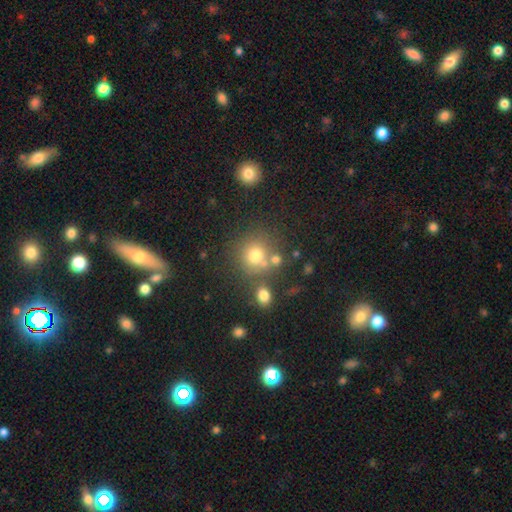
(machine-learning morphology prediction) Smooth or featured?
  - smooth: 72% *
  - star or artifact: 17%
  - featured or disk: 12%
How rounded?
  - round: 87% *
  - in between: 12%
  - cigar-shaped: 1%
Merging?
  - none: 62% *
  - merger: 21%
  - minor disturbance: 12%
  - major disturbance: 6%